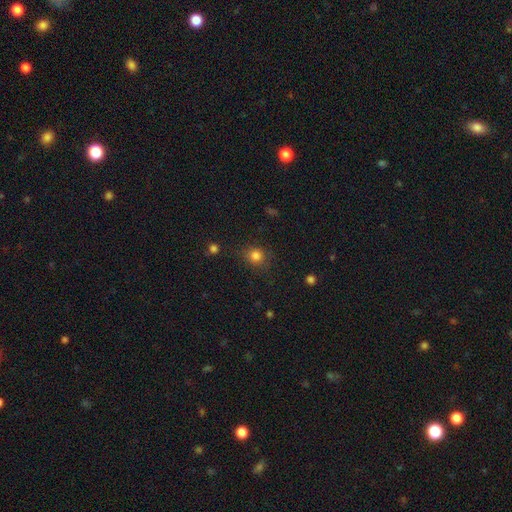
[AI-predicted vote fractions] Smooth or featured? Predicted: smooth (p=0.81). How rounded? Predicted: round (p=0.81). Merging? Predicted: none (p=0.79).